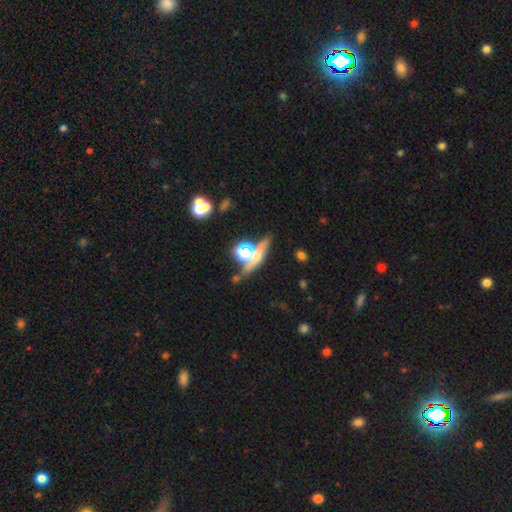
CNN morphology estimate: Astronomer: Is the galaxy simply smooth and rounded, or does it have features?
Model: smooth — 42% (runner-up: featured or disk, 36%).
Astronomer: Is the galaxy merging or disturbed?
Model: none — 55%.